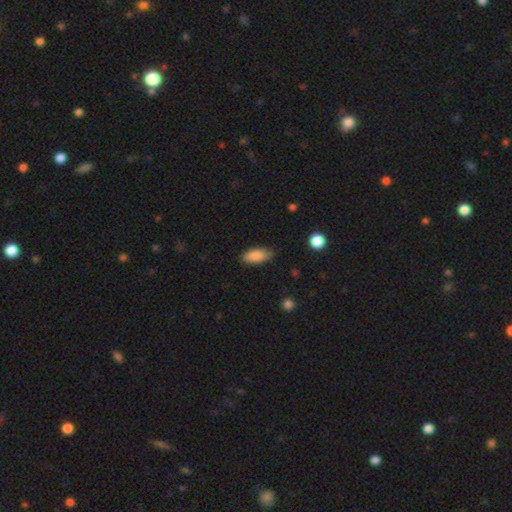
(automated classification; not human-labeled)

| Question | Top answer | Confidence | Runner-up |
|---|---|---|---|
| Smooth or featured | smooth | 86% | featured or disk (7%) |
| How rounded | in between | 86% | cigar-shaped (12%) |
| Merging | none | 82% | minor disturbance (14%) |